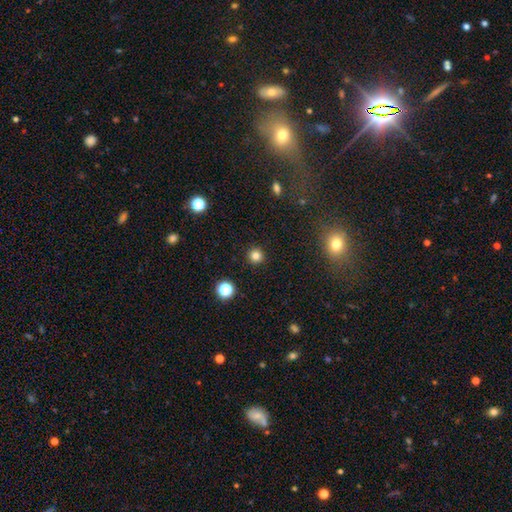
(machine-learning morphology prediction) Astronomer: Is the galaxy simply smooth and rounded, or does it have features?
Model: smooth — 81%.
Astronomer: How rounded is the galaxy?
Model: round — 95%.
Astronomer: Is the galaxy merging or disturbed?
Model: none — 92%.